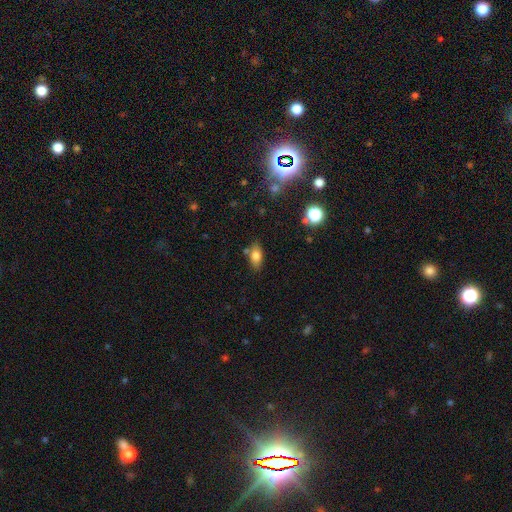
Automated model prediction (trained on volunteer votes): Smooth or featured?
  - smooth: 79% *
  - featured or disk: 12%
  - star or artifact: 9%
How rounded?
  - in between: 87% *
  - cigar-shaped: 7%
  - round: 6%
Merging?
  - none: 75% *
  - minor disturbance: 15%
  - merger: 7%
  - major disturbance: 3%